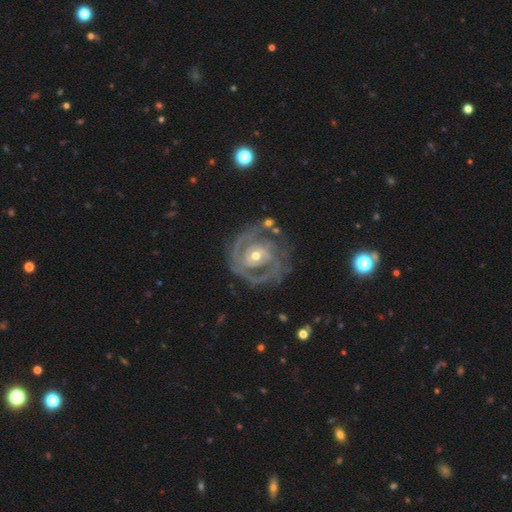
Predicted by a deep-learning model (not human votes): A featured or disk galaxy (89%) with no bar (59%), 2 (38%) tight (63%) spiral arms (93%) and a moderate central bulge (65%). Merging: none (66%).